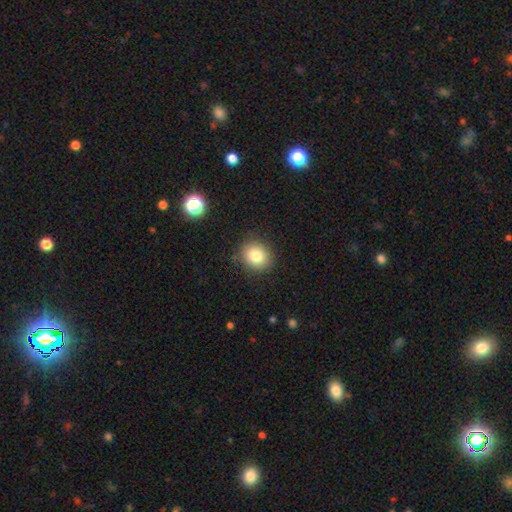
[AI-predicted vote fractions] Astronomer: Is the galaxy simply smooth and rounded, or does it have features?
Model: smooth — 81%.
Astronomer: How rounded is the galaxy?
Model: round — 74%.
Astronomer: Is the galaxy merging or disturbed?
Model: none — 88%.